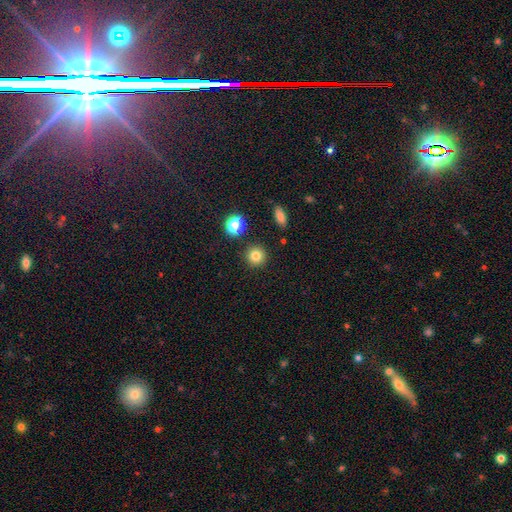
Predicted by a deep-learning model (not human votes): smooth-or-featured: smooth: 81% | star or artifact: 13% | featured or disk: 6%
  how-rounded: round: 94% | in between: 5% | cigar-shaped: 1%
  merging: none: 90% | minor disturbance: 6% | merger: 2% | major disturbance: 2%